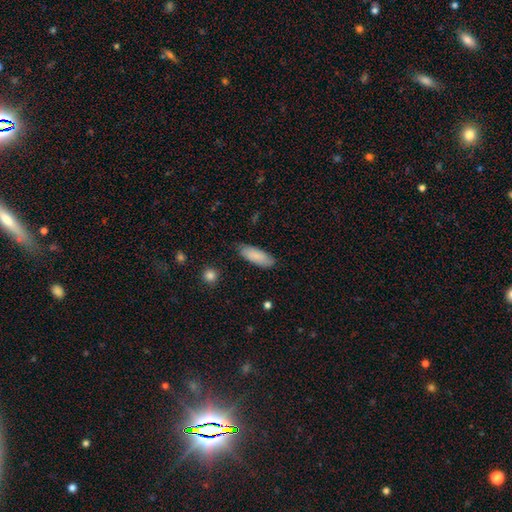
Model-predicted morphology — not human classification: A smooth galaxy with no disk features (83%) that is in between round and cigar-shaped (71%).

Vote fractions:
- Smooth or featured? smooth: 83% / featured or disk: 11% / star or artifact: 6%
- How rounded? in between: 71% / cigar-shaped: 27% / round: 2%
- Merging? none: 81% / minor disturbance: 15% / major disturbance: 3% / merger: 1%